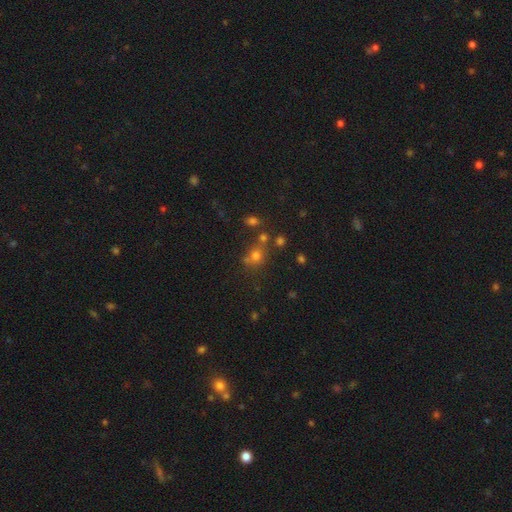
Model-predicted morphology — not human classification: smooth-or-featured: smooth: 65% | star or artifact: 24% | featured or disk: 11%
  how-rounded: round: 78% | in between: 21% | cigar-shaped: 1%
  merging: none: 59% | merger: 23% | minor disturbance: 13% | major disturbance: 6%